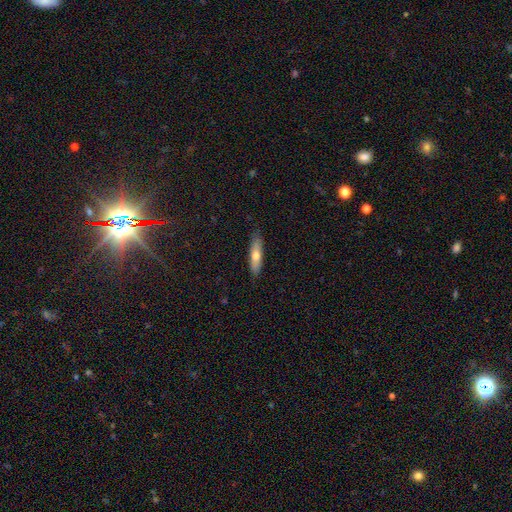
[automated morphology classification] A smooth galaxy with no disk features (63%) that is cigar-shaped (71%).

Vote fractions:
- Smooth or featured? smooth: 63% / featured or disk: 30% / star or artifact: 6%
- How rounded? cigar-shaped: 71% / in between: 27% / round: 2%
- Merging? none: 86% / minor disturbance: 11% / major disturbance: 2% / merger: 1%